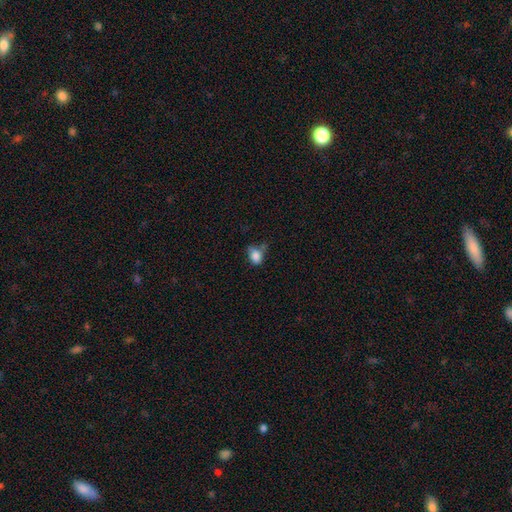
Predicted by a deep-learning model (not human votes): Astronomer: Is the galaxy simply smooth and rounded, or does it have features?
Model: smooth — 81%.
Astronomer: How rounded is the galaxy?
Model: in between — 69%.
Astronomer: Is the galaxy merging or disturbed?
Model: none — 40% (runner-up: minor disturbance, 34%).